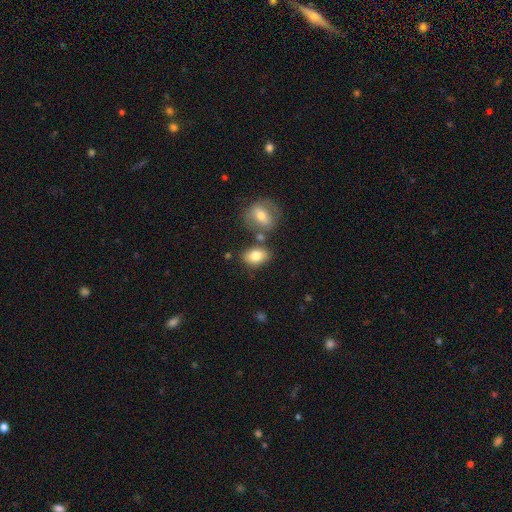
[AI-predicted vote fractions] smooth-or-featured: smooth: 80% | featured or disk: 12% | star or artifact: 8%
  how-rounded: in between: 82% | round: 16% | cigar-shaped: 2%
  merging: none: 66% | merger: 17% | minor disturbance: 13% | major disturbance: 4%